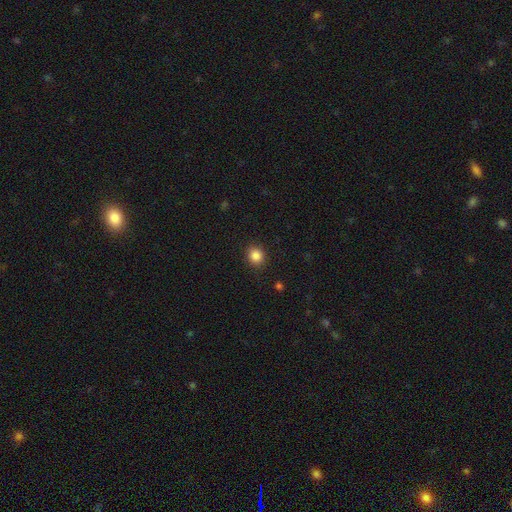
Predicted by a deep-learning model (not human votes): smooth-or-featured: smooth: 86% | star or artifact: 11% | featured or disk: 4%
  how-rounded: round: 83% | in between: 16% | cigar-shaped: 1%
  merging: none: 89% | minor disturbance: 7% | major disturbance: 2% | merger: 1%